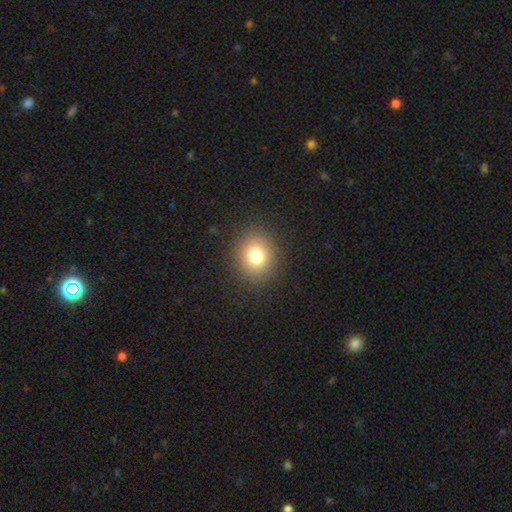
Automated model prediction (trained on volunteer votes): Morphology: type=smooth (79%); roundness=round (75%); merging=none (89%).